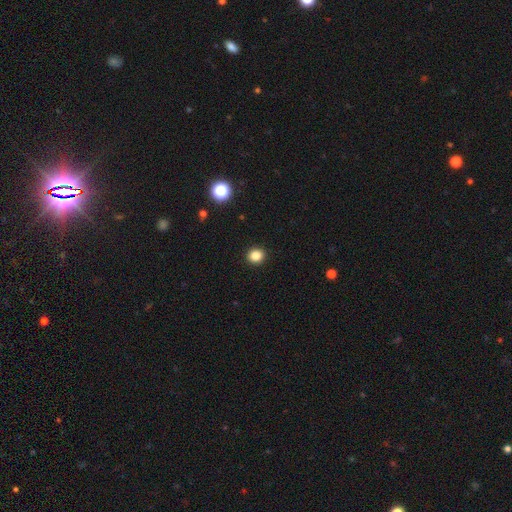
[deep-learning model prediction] smooth_or_featured: smooth (p=0.85) [alt: star or artifact p=0.12]
how_rounded: round (p=0.84) [alt: in between p=0.15]
merging: none (p=0.93) [alt: minor disturbance p=0.05]